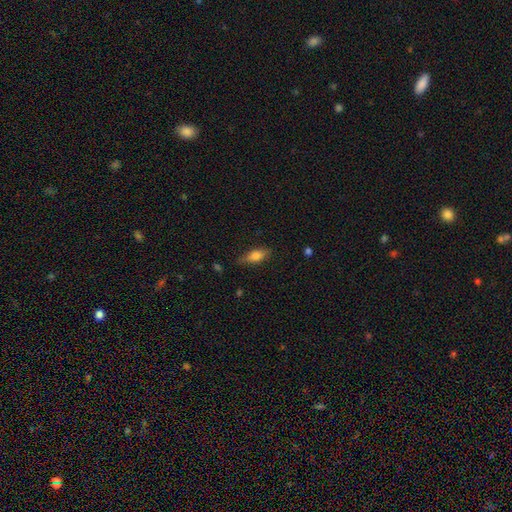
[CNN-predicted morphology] This appears to be a smooth galaxy with no disk features (70%) that is in between round and cigar-shaped (67%). Merging: none (81%).